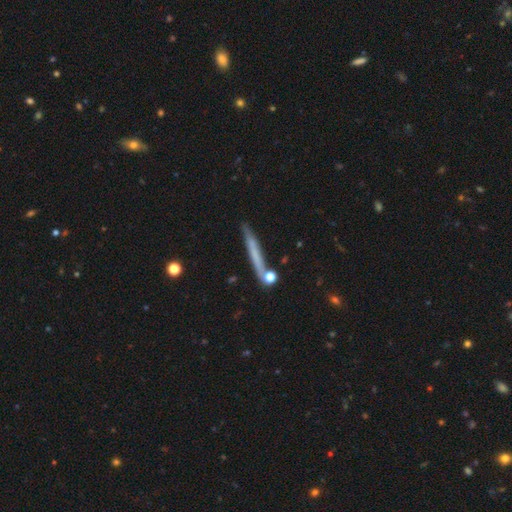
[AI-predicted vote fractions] Morphology: type=smooth (56%); roundness=cigar-shaped (95%); merging=none (81%).